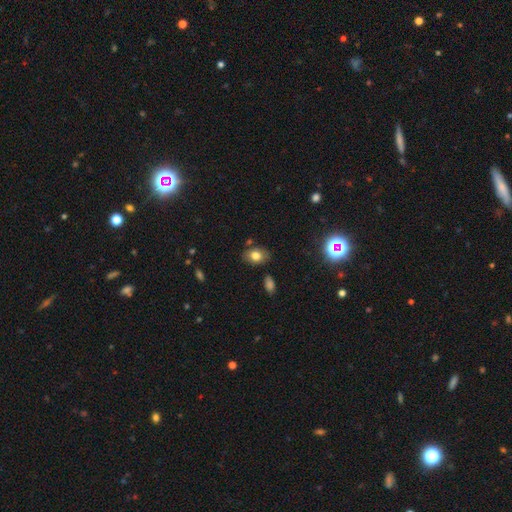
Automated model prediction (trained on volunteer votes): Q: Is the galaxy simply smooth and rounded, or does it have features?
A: smooth — 76%.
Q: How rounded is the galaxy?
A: in between — 79%.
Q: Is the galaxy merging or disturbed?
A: none — 79%.